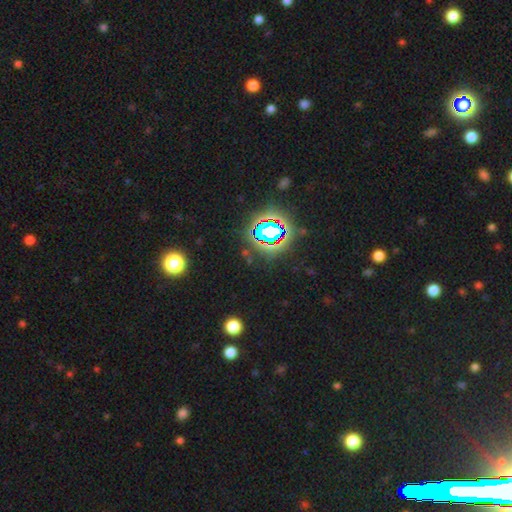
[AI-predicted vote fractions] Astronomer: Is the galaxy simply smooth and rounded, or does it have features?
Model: star or artifact — 82%.